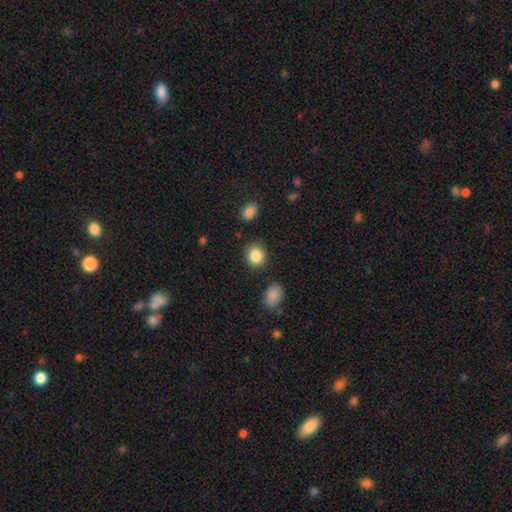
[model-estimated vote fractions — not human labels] The model was most divided on "how rounded": round: 73%, in between: 26%, cigar-shaped: 1%. More confident: smooth or featured — smooth (87%); merging — none (85%).